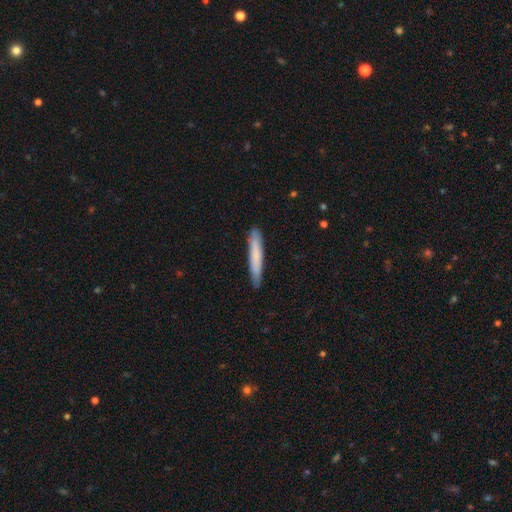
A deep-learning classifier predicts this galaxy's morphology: Smooth or featured? Predicted: smooth (p=0.73). How rounded? Predicted: cigar-shaped (p=0.95). Merging? Predicted: none (p=0.87).